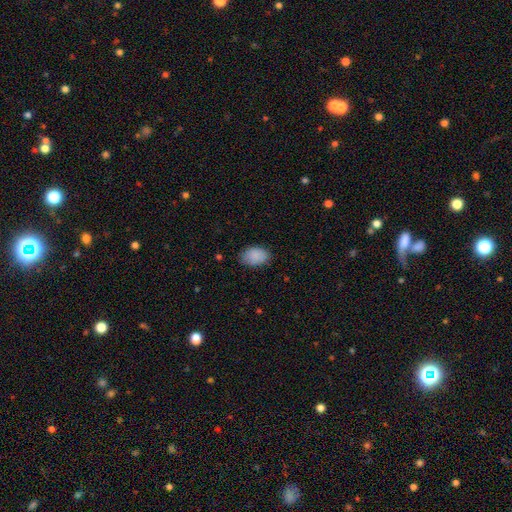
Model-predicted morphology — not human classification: Smooth or featured? smooth (89%)
How rounded? in between (84%)
Merging? none (80%)